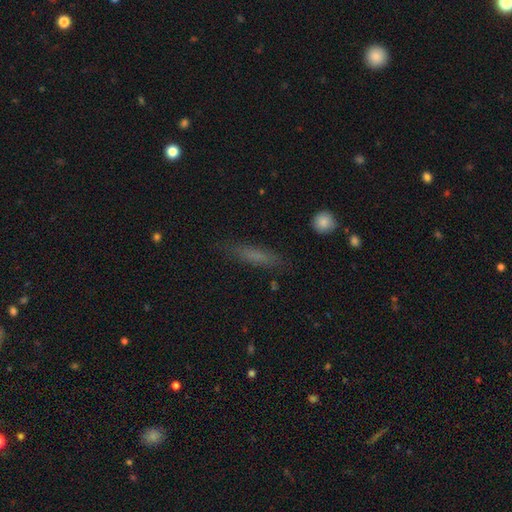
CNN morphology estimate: A smooth galaxy with no disk features (66%) that is cigar-shaped (81%).

Vote fractions:
- Smooth or featured? smooth: 66% / featured or disk: 23% / star or artifact: 11%
- How rounded? cigar-shaped: 81% / in between: 16% / round: 2%
- Merging? none: 81% / minor disturbance: 13% / major disturbance: 4% / merger: 2%